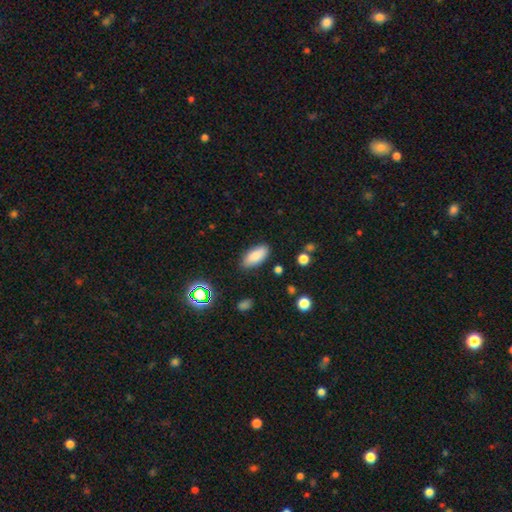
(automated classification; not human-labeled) Smooth or featured? Predicted: smooth (p=0.85). How rounded? Predicted: in between (p=0.87). Merging? Predicted: none (p=0.83).